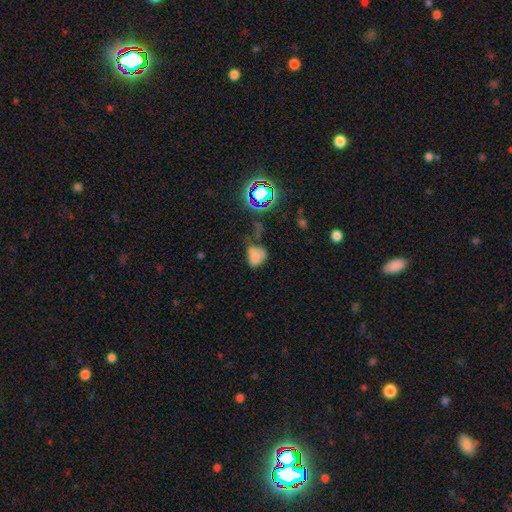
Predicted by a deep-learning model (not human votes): A smooth galaxy with no disk features (65%) that is in between round and cigar-shaped (63%). Merging: none (32%).